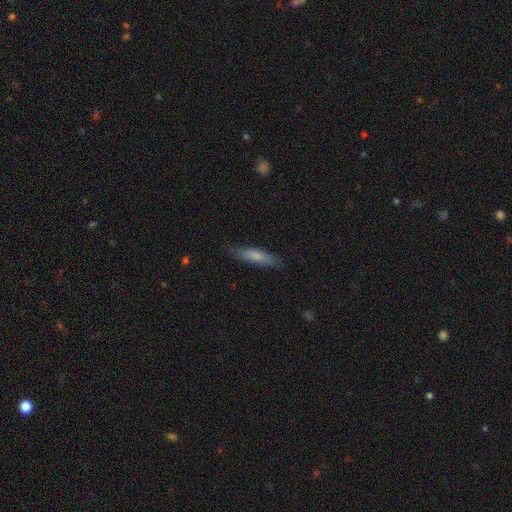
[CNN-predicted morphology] type=smooth (75%); roundness=cigar-shaped (76%); merging=none (84%).